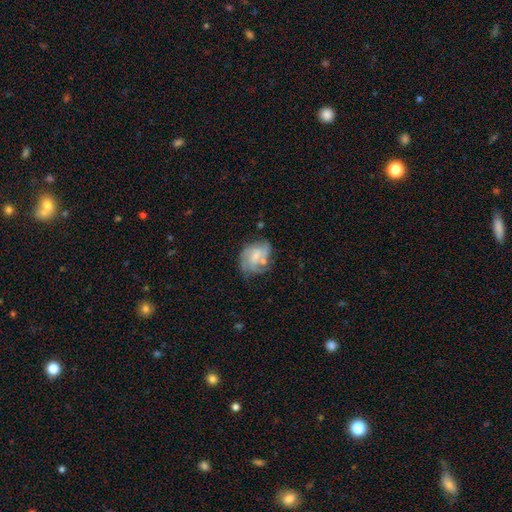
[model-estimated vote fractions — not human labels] Overall: featured or disk (58%; smooth 34%). Edge-on disk: no (98%). Bar: no (64%; weak 31%). Spiral arms: yes (75%). Bulge size: small (59%; moderate 29%). Merging: none (51%; minor disturbance 25%).